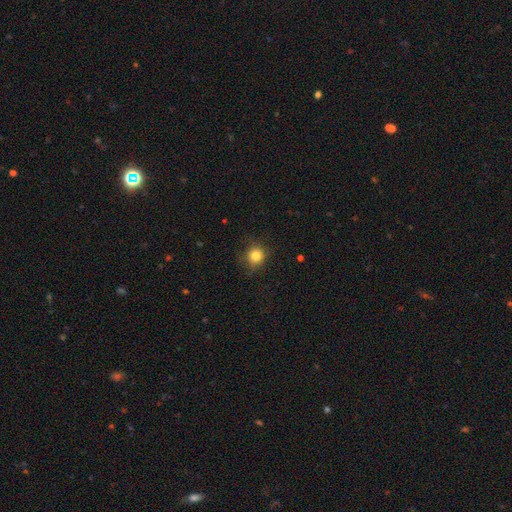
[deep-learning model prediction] Q: Smooth or featured?
A: smooth (82%); runner-up: star or artifact (12%)
Q: How rounded?
A: round (90%); runner-up: in between (9%)
Q: Merging?
A: none (81%); runner-up: minor disturbance (14%)